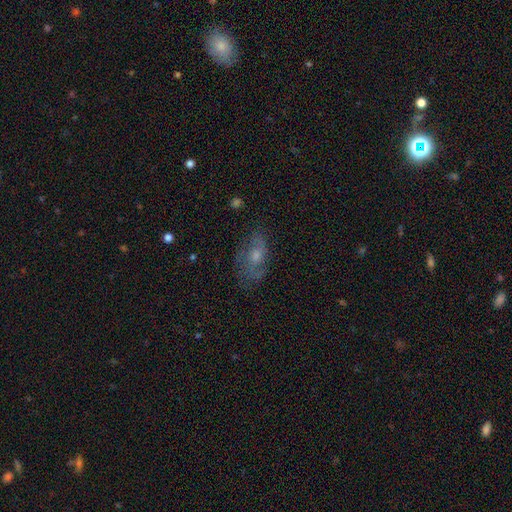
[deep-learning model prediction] Smooth or featured: featured or disk — 55% (smooth — 33%)
Edge-on disk: no — 93% (yes — 7%)
Bar: no — 73% (weak — 23%)
Spiral arms: yes — 71% (no — 29%)
Bulge size: moderate — 55% (small — 32%)
Merging: none — 63% (minor disturbance — 22%)